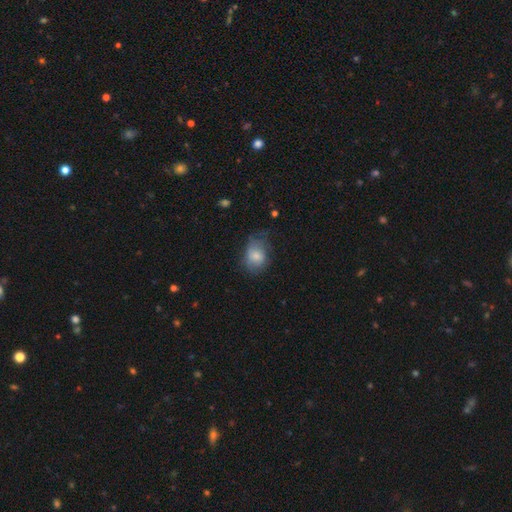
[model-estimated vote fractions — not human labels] The model was most divided on "merging": none: 46%, minor disturbance: 34%, major disturbance: 19%, merger: 2%. More confident: smooth or featured — smooth (74%); how rounded — in between (61%).